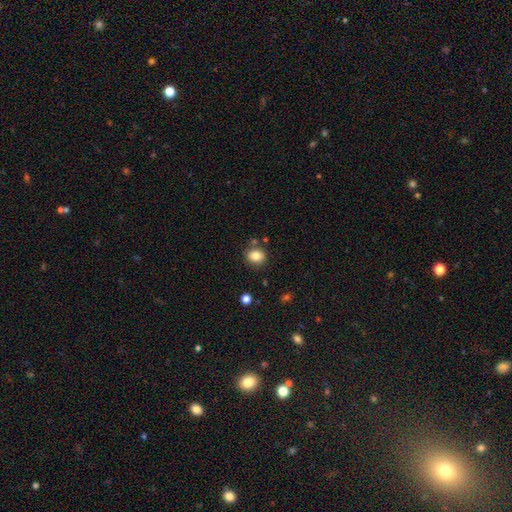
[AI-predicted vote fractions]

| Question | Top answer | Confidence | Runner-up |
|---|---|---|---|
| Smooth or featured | smooth | 83% | star or artifact (10%) |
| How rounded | round | 63% | in between (36%) |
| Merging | none | 79% | minor disturbance (12%) |